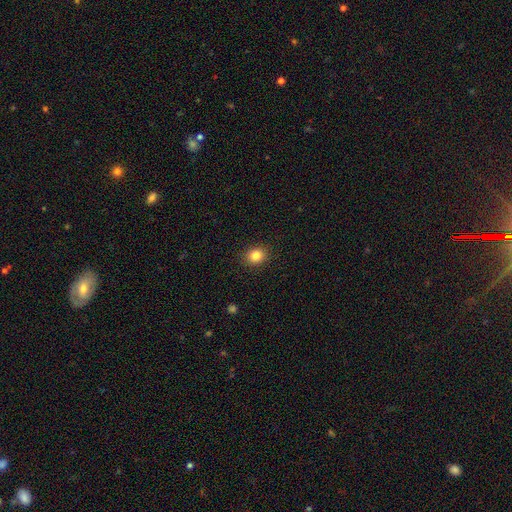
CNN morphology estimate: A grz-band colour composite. It shows a smooth galaxy with no disk features (83%) that is round (60%). Merging: none (89%).